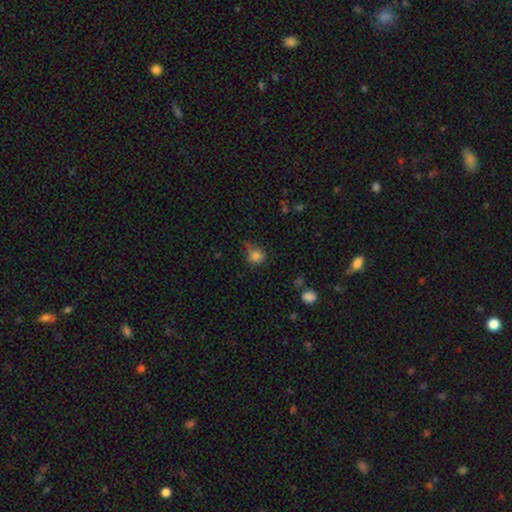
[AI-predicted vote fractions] Overall: smooth (82%). How rounded: round (83%). Merging: none (63%; minor disturbance 25%).